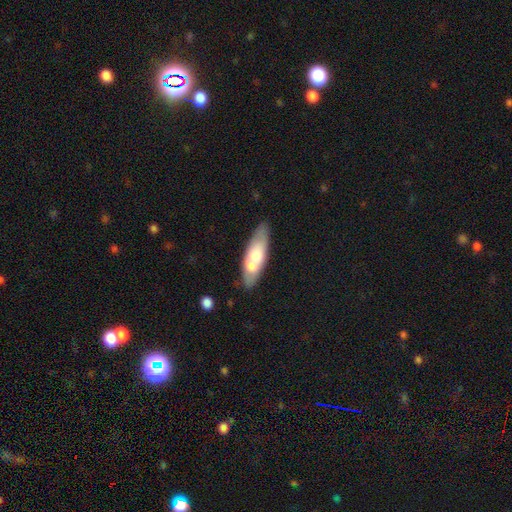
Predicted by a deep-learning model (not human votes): smooth_or_featured: smooth (p=0.56) [alt: featured or disk p=0.39]
how_rounded: in between (p=0.53) [alt: cigar-shaped p=0.45]
merging: none (p=0.59) [alt: merger p=0.21]